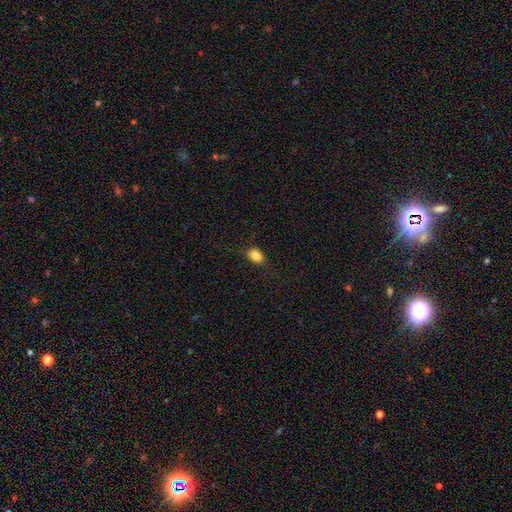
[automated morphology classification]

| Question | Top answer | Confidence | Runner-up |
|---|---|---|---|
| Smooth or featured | smooth | 84% | star or artifact (10%) |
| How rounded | in between | 68% | round (31%) |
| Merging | none | 79% | minor disturbance (16%) |